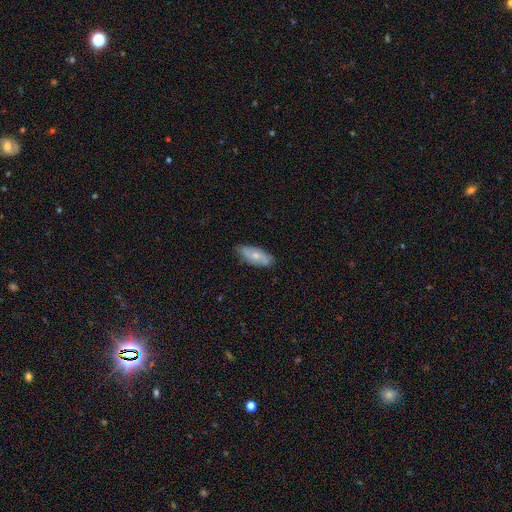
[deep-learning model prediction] smooth 56%, featured or disk 38%, star or artifact 6%. Down the decision tree: how rounded — in between (79%); merging — none (78%).